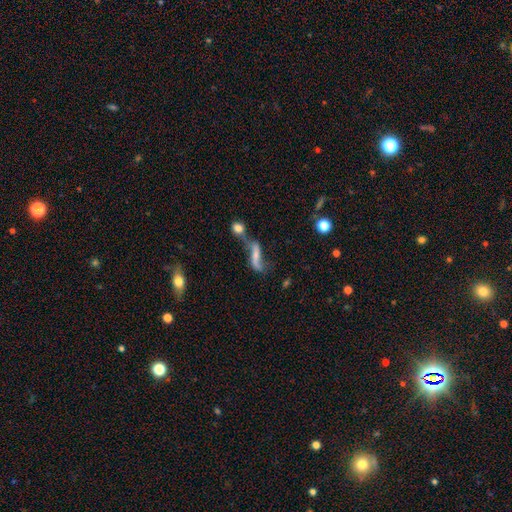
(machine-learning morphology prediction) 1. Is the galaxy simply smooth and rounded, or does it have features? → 56% featured or disk, 33% smooth, 10% star or artifact.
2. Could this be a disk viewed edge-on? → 83% no, 17% yes.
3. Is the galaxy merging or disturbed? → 51% merger, 23% none, 14% major disturbance, 12% minor disturbance.